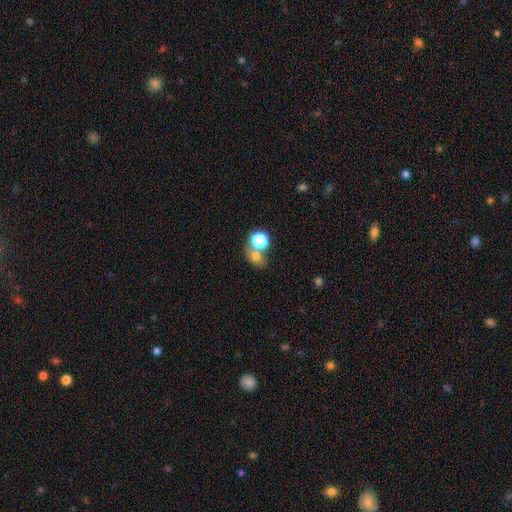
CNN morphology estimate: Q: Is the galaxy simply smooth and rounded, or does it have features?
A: smooth — 70%.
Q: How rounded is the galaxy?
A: round — 56%.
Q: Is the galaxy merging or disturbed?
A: none — 46%.